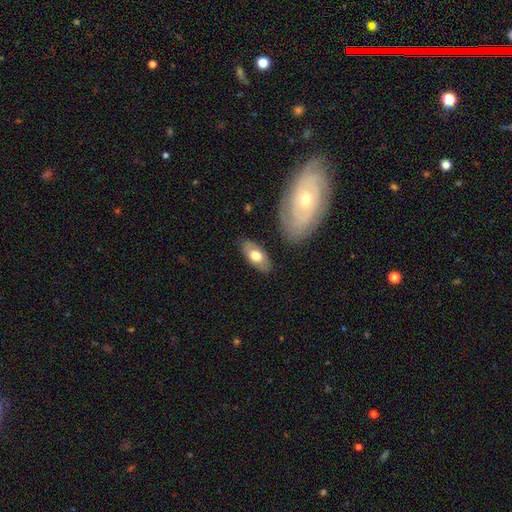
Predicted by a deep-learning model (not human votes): A smooth galaxy with no disk features (65%) that is in between round and cigar-shaped (90%).

Vote fractions:
- Smooth or featured? smooth: 65% / featured or disk: 29% / star or artifact: 6%
- How rounded? in between: 90% / cigar-shaped: 7% / round: 3%
- Merging? none: 82% / minor disturbance: 12% / merger: 3% / major disturbance: 3%